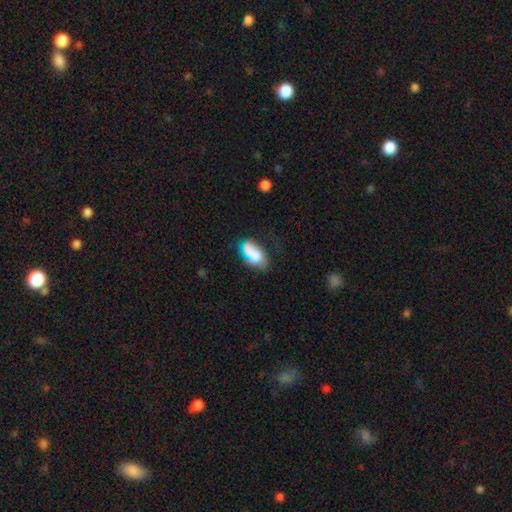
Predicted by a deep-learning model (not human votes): This is likely a smooth galaxy (67%). How rounded: clearly in between (90%). Merging: marginally none (41%).